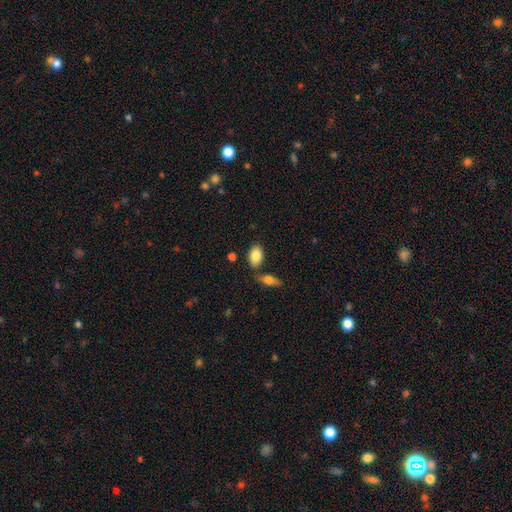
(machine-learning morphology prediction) Overall: smooth (85%). How rounded: in between (91%). Merging: none (74%).